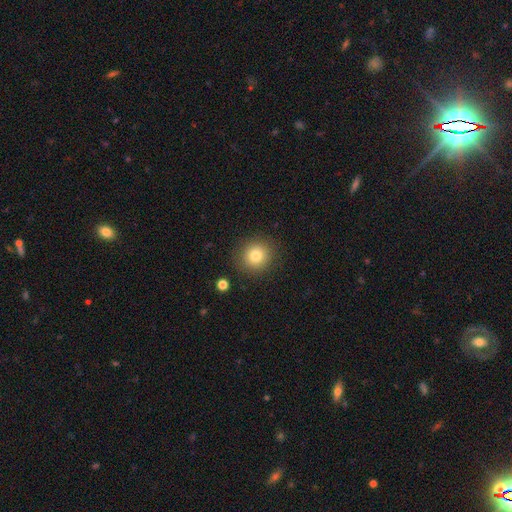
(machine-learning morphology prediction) Smooth or featured?
  - smooth: 80% *
  - star or artifact: 12%
  - featured or disk: 8%
How rounded?
  - round: 90% *
  - in between: 9%
  - cigar-shaped: 1%
Merging?
  - none: 89% *
  - minor disturbance: 7%
  - major disturbance: 3%
  - merger: 2%